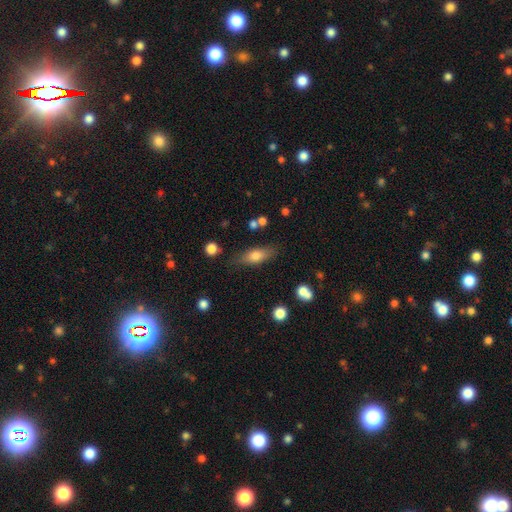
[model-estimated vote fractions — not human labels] Q: Smooth or featured?
A: smooth (70%); runner-up: featured or disk (23%)
Q: How rounded?
A: in between (68%); runner-up: cigar-shaped (27%)
Q: Merging?
A: none (74%); runner-up: minor disturbance (16%)